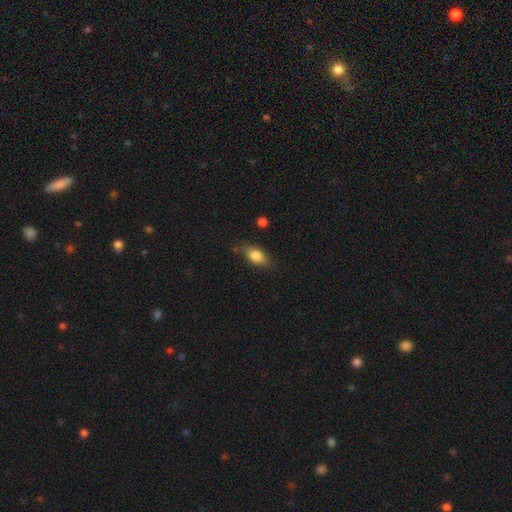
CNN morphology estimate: smooth 81%, featured or disk 12%, star or artifact 7%. Down the decision tree: how rounded — in between (85%); merging — none (74%).